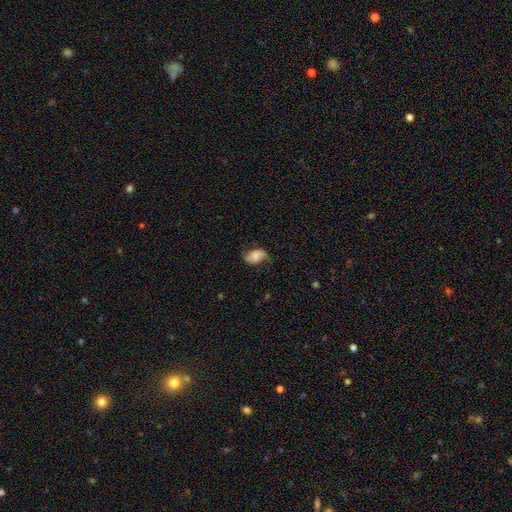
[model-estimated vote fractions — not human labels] A smooth galaxy with no disk features (51%) that is in between round and cigar-shaped (85%). Merging: none (54%).